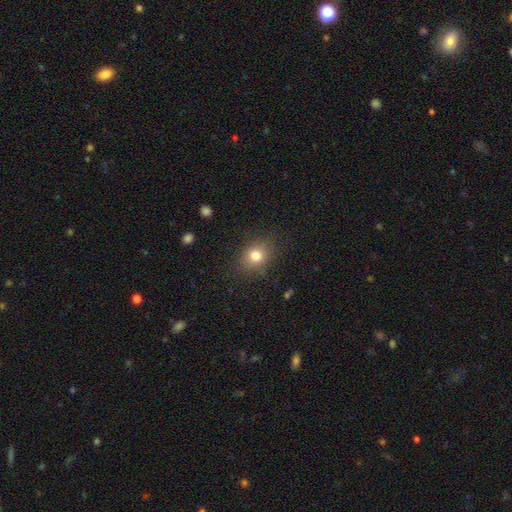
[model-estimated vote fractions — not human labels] smooth 79%, star or artifact 12%, featured or disk 9%. Down the decision tree: how rounded — round (52%); merging — none (84%).